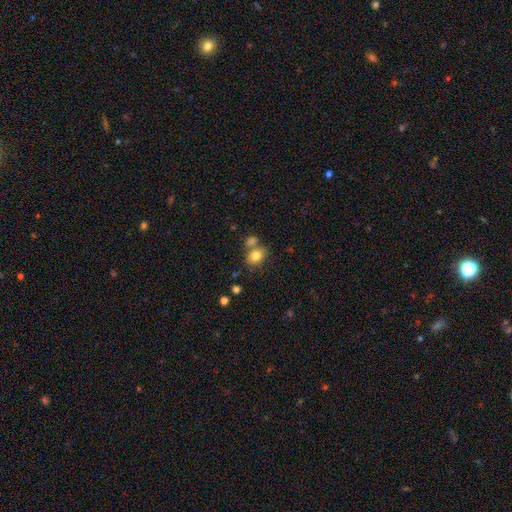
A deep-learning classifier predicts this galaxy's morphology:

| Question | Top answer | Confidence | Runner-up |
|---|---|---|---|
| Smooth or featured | smooth | 79% | star or artifact (10%) |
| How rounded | in between | 57% | round (42%) |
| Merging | none | 57% | merger (26%) |